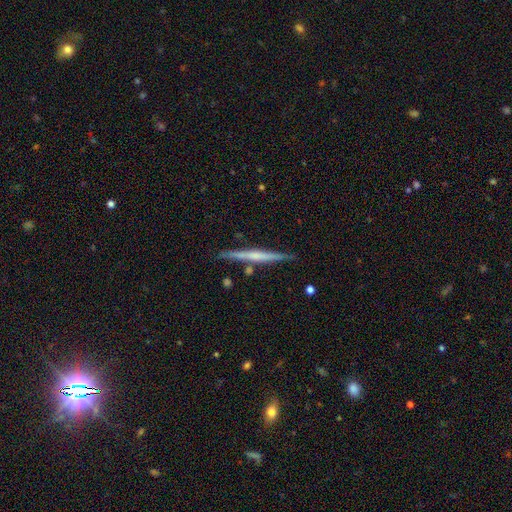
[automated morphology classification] featured or disk 61%, smooth 33%, star or artifact 6%. Down the decision tree: edge-on disk — yes (98%); edge-on bulge — none (59%); merging — none (86%).